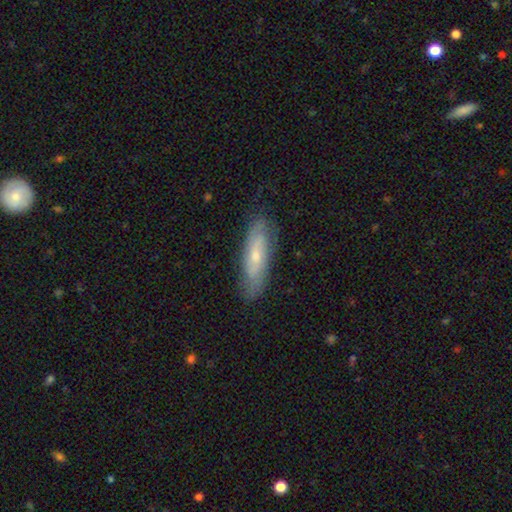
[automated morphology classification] Smooth or featured? smooth (51%)
How rounded? cigar-shaped (58%)
Merging? none (78%)